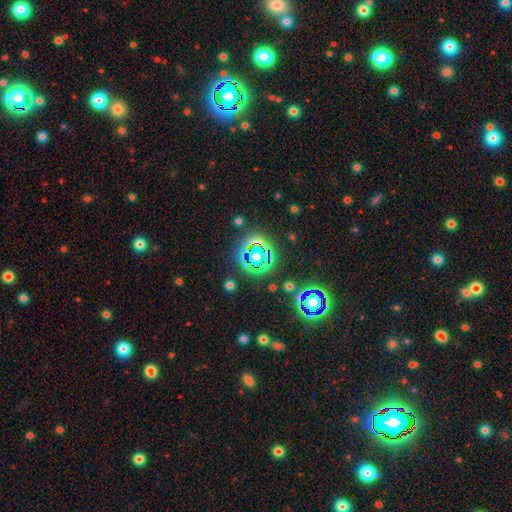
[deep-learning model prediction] The model was most divided on "smooth or featured": star or artifact: 61%, smooth: 26%, featured or disk: 14%.